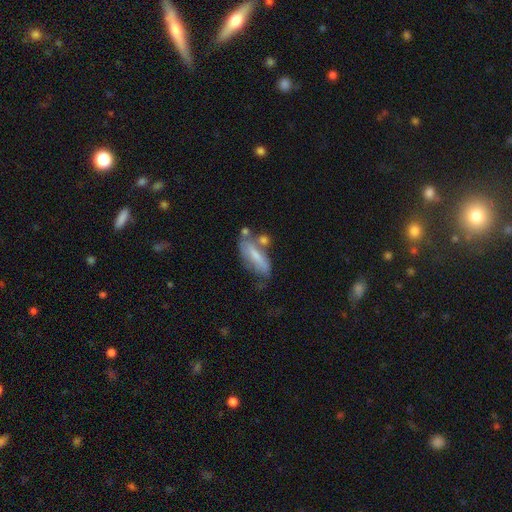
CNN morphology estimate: smooth_or_featured: smooth (p=0.53) [alt: featured or disk p=0.39]
how_rounded: in between (p=0.55) [alt: cigar-shaped p=0.43]
merging: none (p=0.38) [alt: minor disturbance p=0.26]